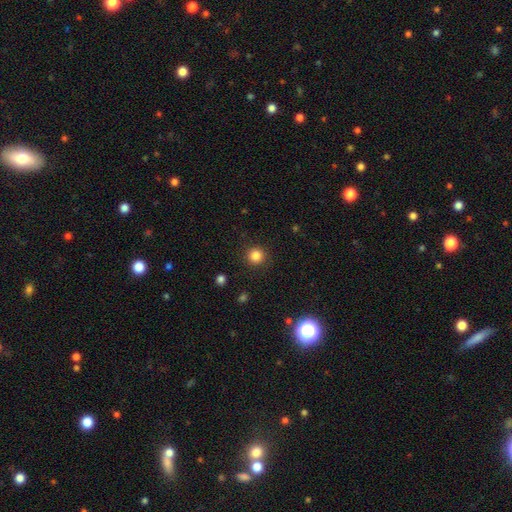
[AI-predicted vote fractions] Q: Smooth or featured?
A: smooth (84%); runner-up: star or artifact (12%)
Q: How rounded?
A: round (94%); runner-up: in between (5%)
Q: Merging?
A: none (91%); runner-up: minor disturbance (6%)